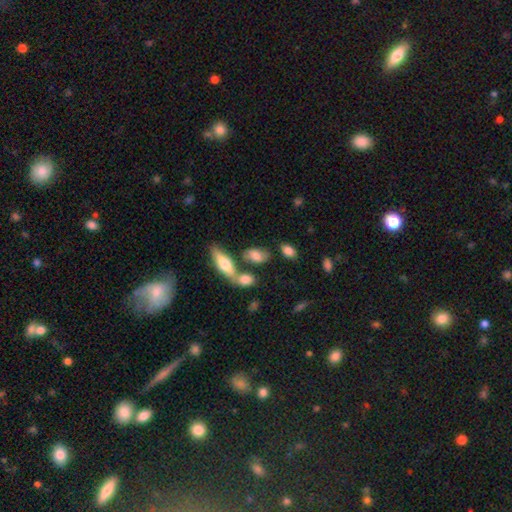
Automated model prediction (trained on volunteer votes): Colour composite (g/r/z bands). It shows a smooth galaxy with no disk features (67%) that is in between round and cigar-shaped (83%). Merging: none (54%).